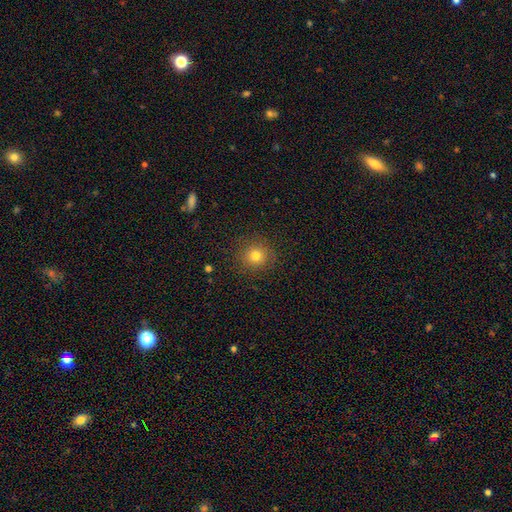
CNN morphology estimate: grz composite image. It shows a smooth galaxy with no disk features (78%) that is round (92%). Merging: none (89%).